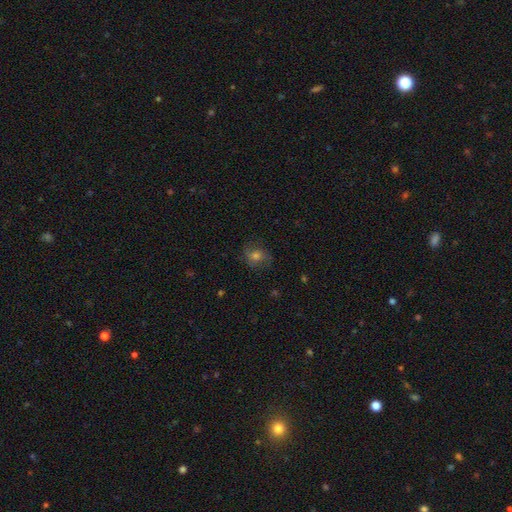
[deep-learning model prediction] Morphology: type=smooth (55%); roundness=round (67%); merging=none (75%).